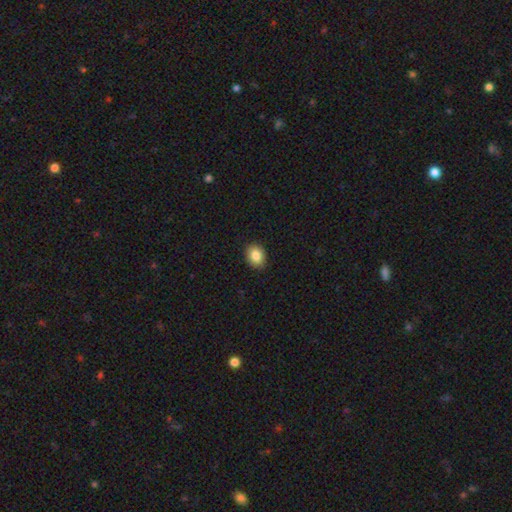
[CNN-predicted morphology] The model was most divided on "how rounded": in between: 62%, round: 37%, cigar-shaped: 1%. More confident: merging — none (90%); smooth or featured — smooth (85%).